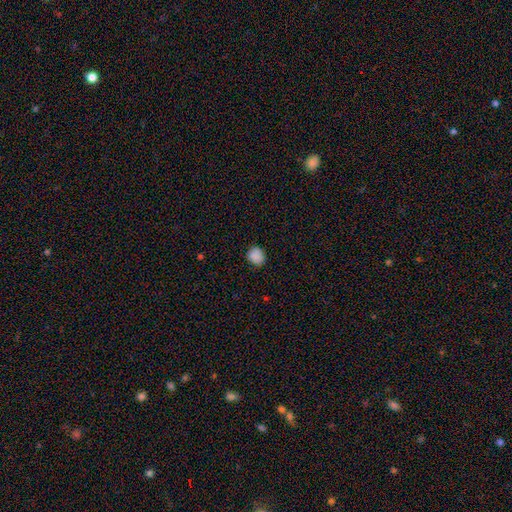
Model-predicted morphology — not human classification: Smooth or featured: smooth — 87% (star or artifact — 9%)
How rounded: round — 71% (in between — 28%)
Merging: none — 83% (minor disturbance — 13%)